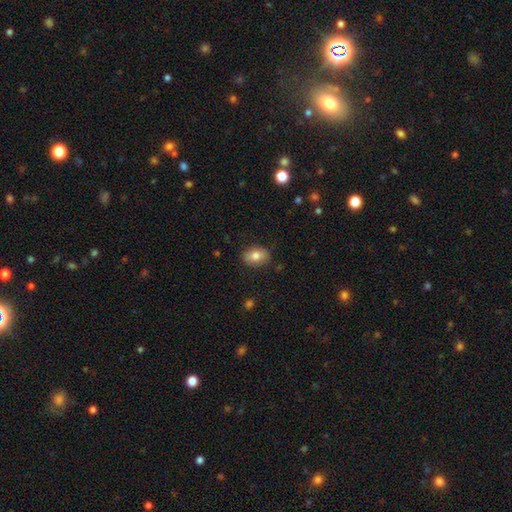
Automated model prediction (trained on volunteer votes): Morphology: type=smooth (79%); roundness=in between (73%); merging=none (84%).